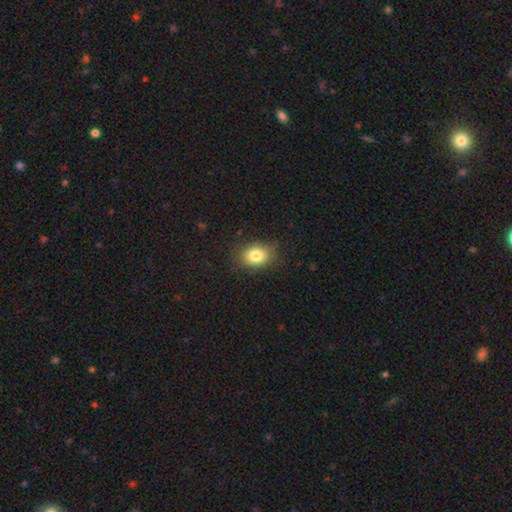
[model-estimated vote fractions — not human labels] The model was most divided on "how rounded": in between: 69%, round: 30%, cigar-shaped: 1%. More confident: merging — none (83%); smooth or featured — smooth (81%).